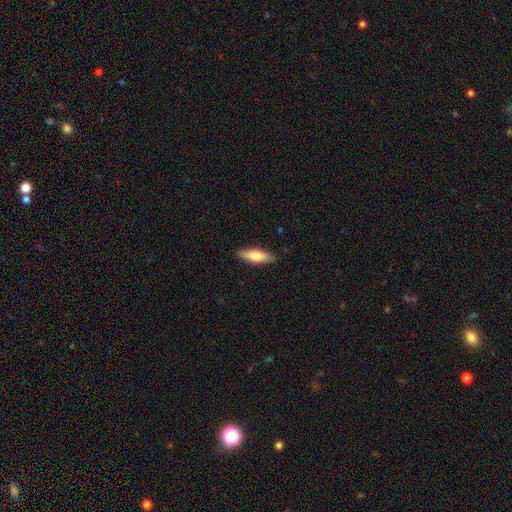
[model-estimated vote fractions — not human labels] A smooth galaxy with no disk features (70%) that is in between round and cigar-shaped (54%). Merging: none (87%).